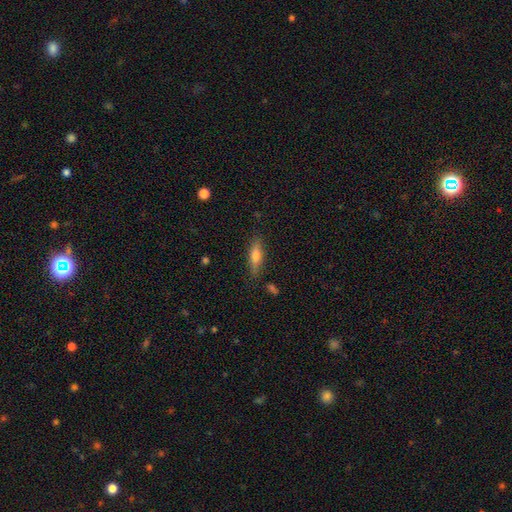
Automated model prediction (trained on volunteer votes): Smooth or featured? smooth (61%)
How rounded? cigar-shaped (53%)
Merging? none (84%)